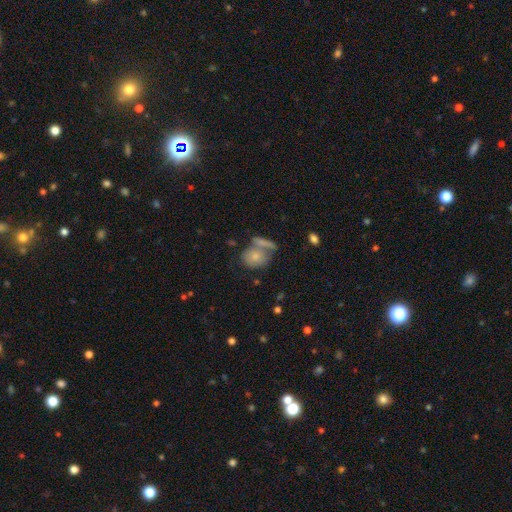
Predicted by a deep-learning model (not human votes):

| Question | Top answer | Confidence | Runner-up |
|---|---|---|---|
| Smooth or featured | smooth | 72% | featured or disk (20%) |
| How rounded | round | 52% | in between (46%) |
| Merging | none | 40% | merger (38%) |